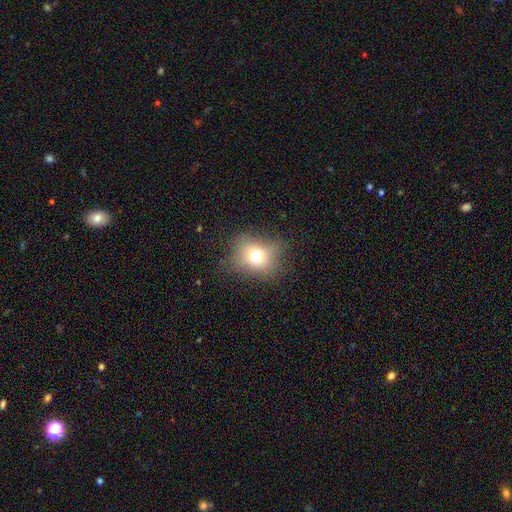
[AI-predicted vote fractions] smooth 67%, featured or disk 18%, star or artifact 15%. Down the decision tree: how rounded — round (58%); merging — none (71%).